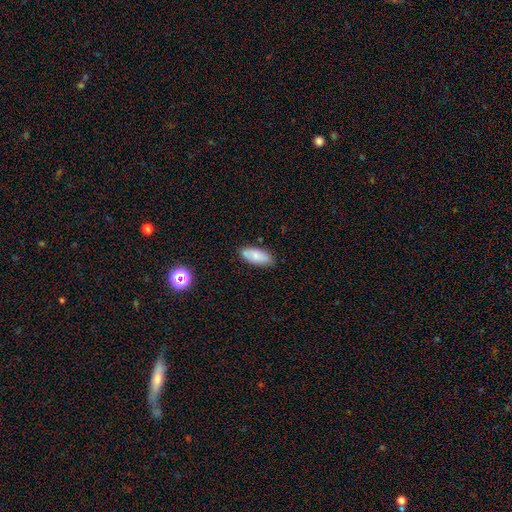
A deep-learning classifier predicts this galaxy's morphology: This appears to be a smooth galaxy with no disk features (80%) that is in between round and cigar-shaped (84%). Merging: none (83%).